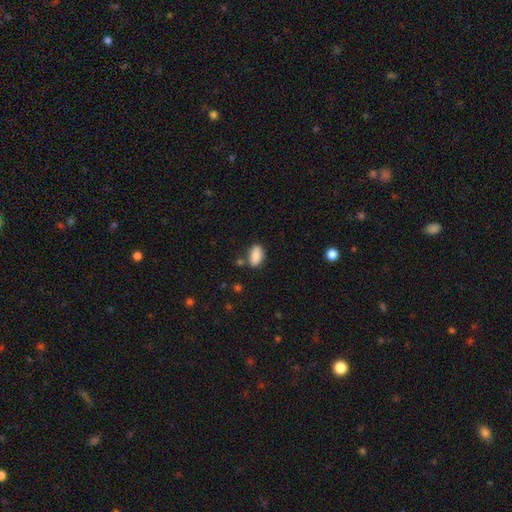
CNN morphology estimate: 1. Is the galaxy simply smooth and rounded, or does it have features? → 89% smooth, 7% star or artifact, 4% featured or disk.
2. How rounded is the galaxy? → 92% in between, 4% round, 4% cigar-shaped.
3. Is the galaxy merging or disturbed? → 77% none, 14% minor disturbance, 6% merger, 3% major disturbance.